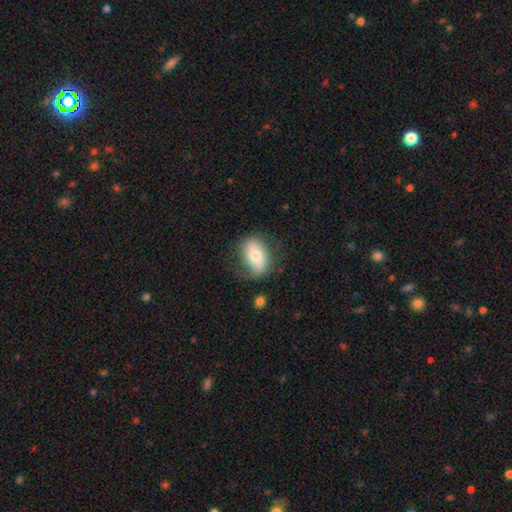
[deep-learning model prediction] Q: Smooth or featured?
A: smooth (60%); runner-up: featured or disk (33%)
Q: How rounded?
A: in between (82%); runner-up: round (15%)
Q: Merging?
A: none (64%); runner-up: minor disturbance (23%)